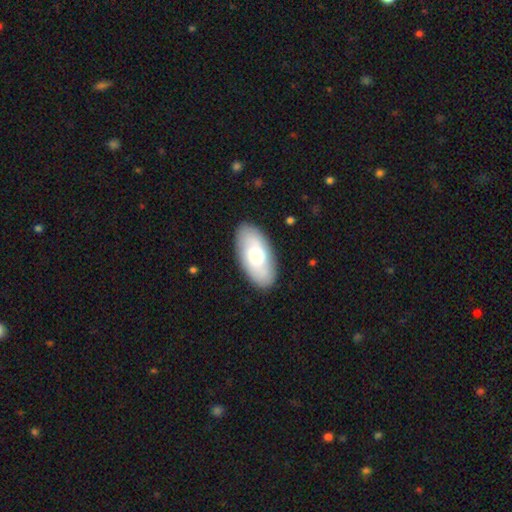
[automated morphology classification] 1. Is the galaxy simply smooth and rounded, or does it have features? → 68% smooth, 26% featured or disk, 6% star or artifact.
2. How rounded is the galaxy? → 93% in between, 5% cigar-shaped, 2% round.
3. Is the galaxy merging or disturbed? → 88% none, 9% minor disturbance, 2% major disturbance, 1% merger.